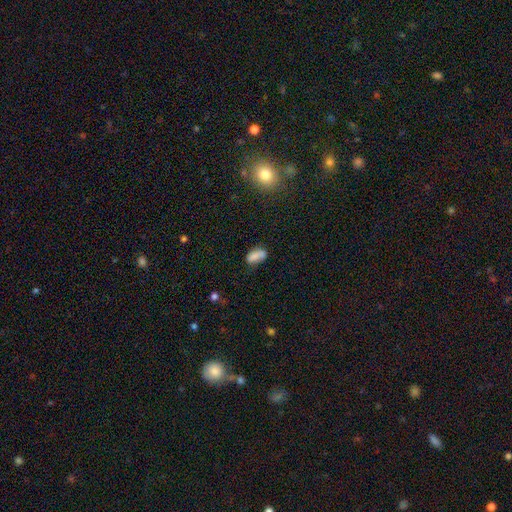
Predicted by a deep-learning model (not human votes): Smooth or featured? smooth (76%)
How rounded? in between (88%)
Merging? none (54%)